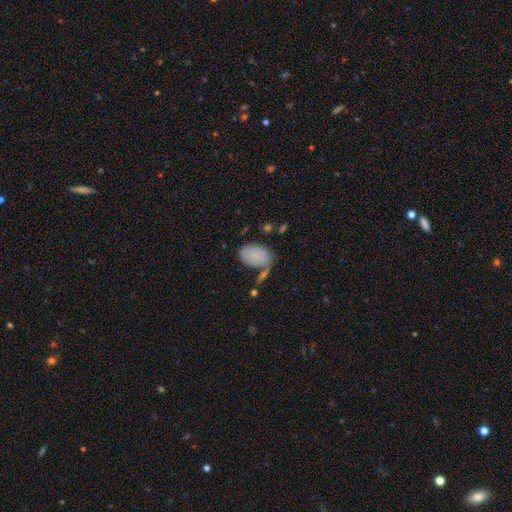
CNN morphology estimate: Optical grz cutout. It shows a smooth galaxy with no disk features (81%) that is in between round and cigar-shaped (90%). Merging: none (58%).